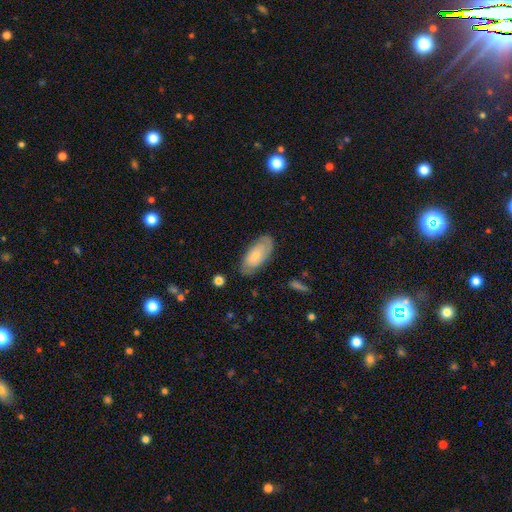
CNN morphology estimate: Smooth or featured? smooth (53%)
How rounded? in between (89%)
Merging? none (75%)